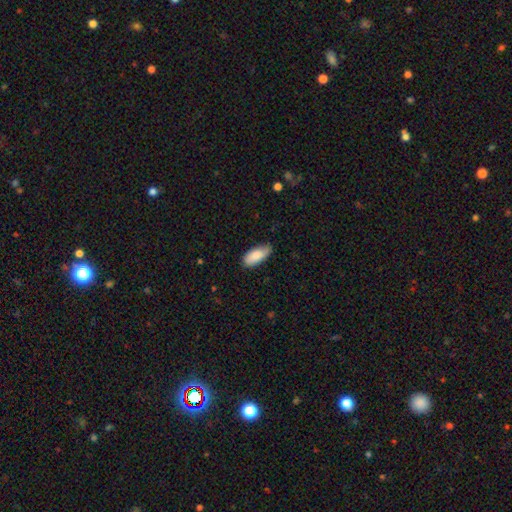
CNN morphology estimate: Q: Smooth or featured?
A: smooth (80%); runner-up: featured or disk (15%)
Q: How rounded?
A: in between (88%); runner-up: cigar-shaped (10%)
Q: Merging?
A: none (76%); runner-up: minor disturbance (20%)